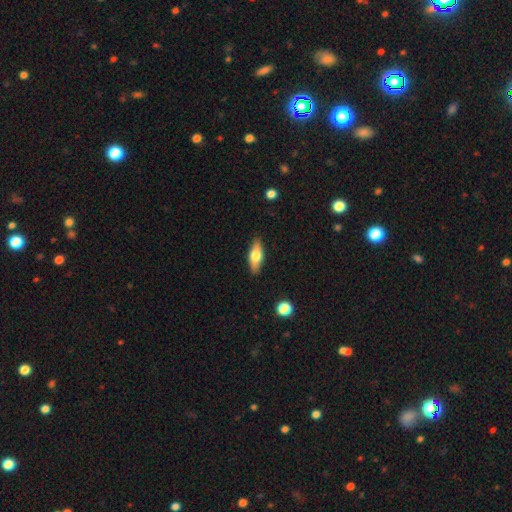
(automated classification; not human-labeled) A smooth galaxy with no disk features (62%) that is in between round and cigar-shaped (71%).

Vote fractions:
- Smooth or featured? smooth: 62% / featured or disk: 32% / star or artifact: 6%
- How rounded? in between: 71% / cigar-shaped: 25% / round: 3%
- Merging? none: 87% / minor disturbance: 10% / major disturbance: 2% / merger: 1%